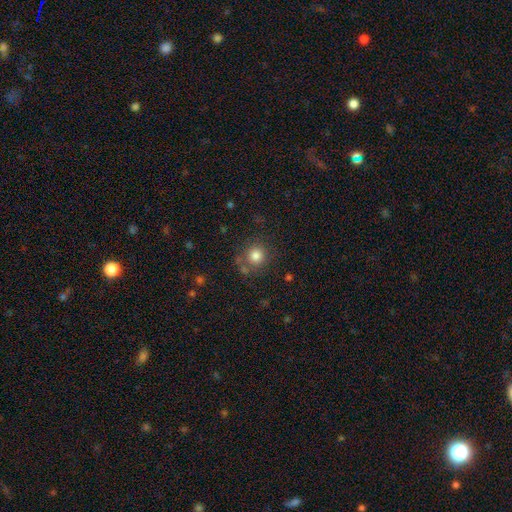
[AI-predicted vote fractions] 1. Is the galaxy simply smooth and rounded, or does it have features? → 81% smooth, 12% star or artifact, 7% featured or disk.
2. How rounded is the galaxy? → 92% round, 7% in between, 1% cigar-shaped.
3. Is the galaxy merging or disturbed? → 77% none, 11% minor disturbance, 7% merger, 5% major disturbance.